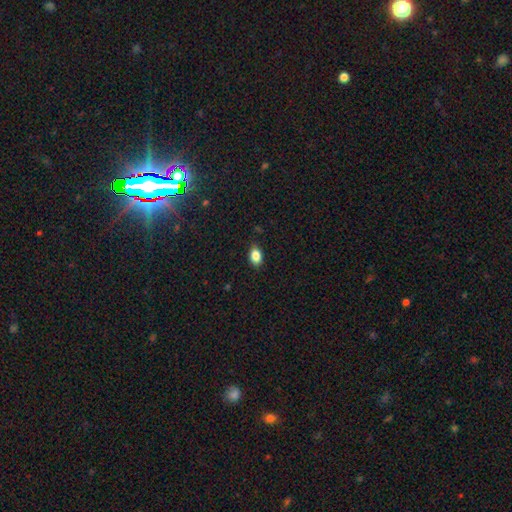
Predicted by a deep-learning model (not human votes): smooth_or_featured: smooth (p=0.86) [alt: star or artifact p=0.09]
how_rounded: in between (p=0.84) [alt: round p=0.14]
merging: none (p=0.85) [alt: minor disturbance p=0.11]